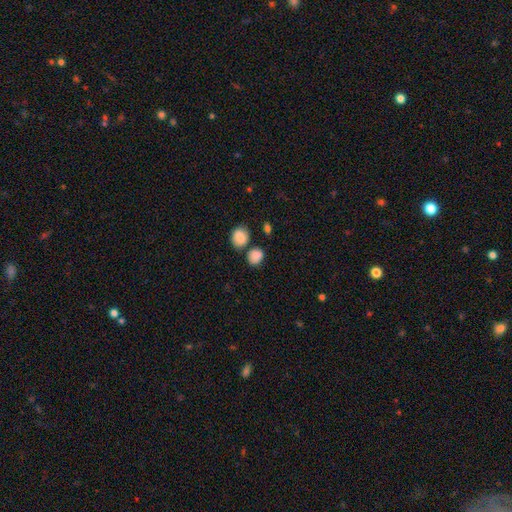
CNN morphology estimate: Overall: smooth (86%). How rounded: round (57%; in between 42%). Merging: none (64%).